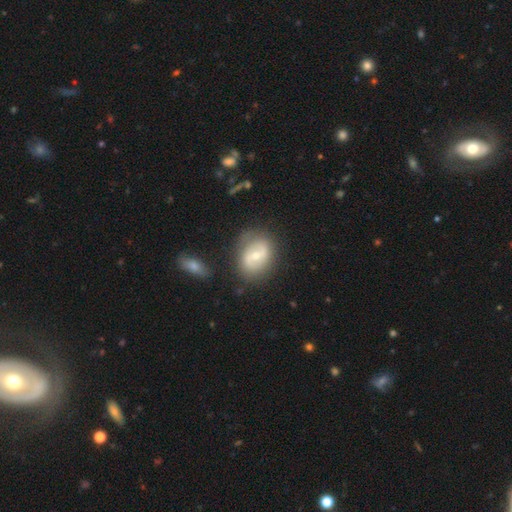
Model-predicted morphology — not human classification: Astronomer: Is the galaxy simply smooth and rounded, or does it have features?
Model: featured or disk — 60%.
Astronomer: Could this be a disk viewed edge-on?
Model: no — 95%.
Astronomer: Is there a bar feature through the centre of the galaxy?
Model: weak — 43% (runner-up: no, 36%).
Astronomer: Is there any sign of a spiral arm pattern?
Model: yes — 63%.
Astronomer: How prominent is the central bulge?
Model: moderate — 52% (runner-up: small, 43%).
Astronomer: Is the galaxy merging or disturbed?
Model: none — 74%.